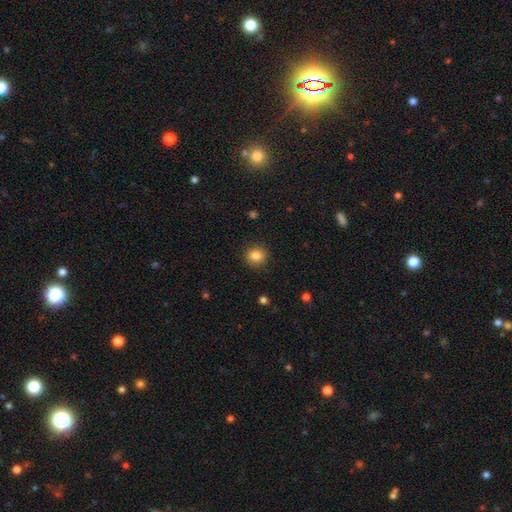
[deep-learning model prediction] smooth-or-featured: smooth: 85% | star or artifact: 11% | featured or disk: 5%
  how-rounded: round: 90% | in between: 9% | cigar-shaped: 1%
  merging: none: 90% | minor disturbance: 7% | major disturbance: 2% | merger: 1%